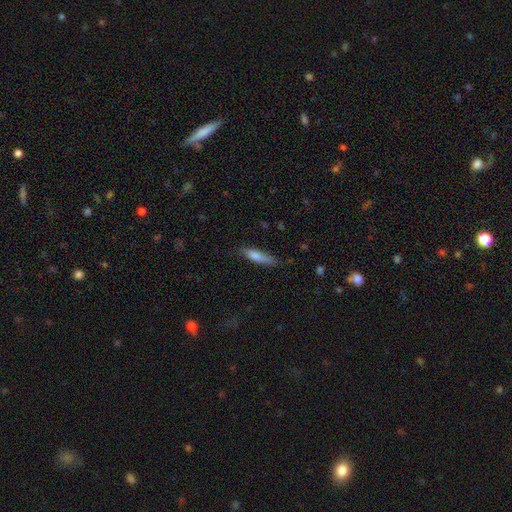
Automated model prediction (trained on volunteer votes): A smooth galaxy with no disk features (74%) that is cigar-shaped (79%).

Vote fractions:
- Smooth or featured? smooth: 74% / featured or disk: 20% / star or artifact: 6%
- How rounded? cigar-shaped: 79% / in between: 20% / round: 2%
- Merging? none: 76% / minor disturbance: 18% / major disturbance: 4% / merger: 2%